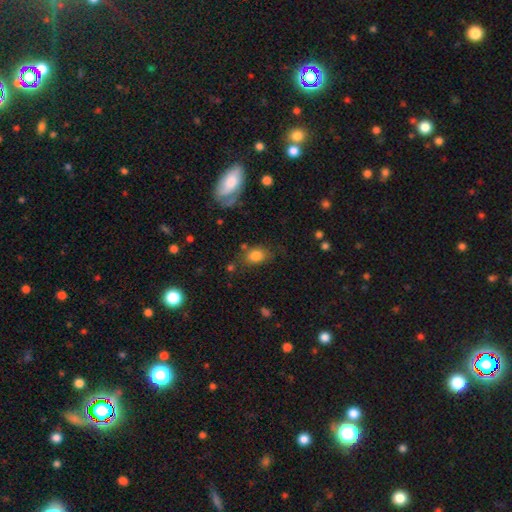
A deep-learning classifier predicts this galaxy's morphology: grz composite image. It shows a smooth galaxy with no disk features (79%) that is in between round and cigar-shaped (71%). Merging: none (67%).